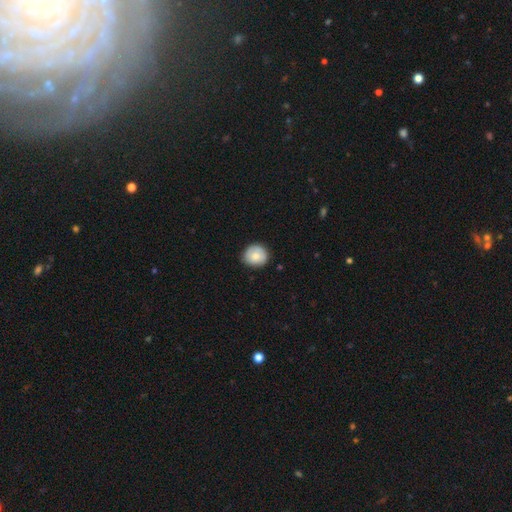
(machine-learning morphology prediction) Smooth or featured? Predicted: smooth (p=0.77). How rounded? Predicted: round (p=0.88). Merging? Predicted: none (p=0.82).